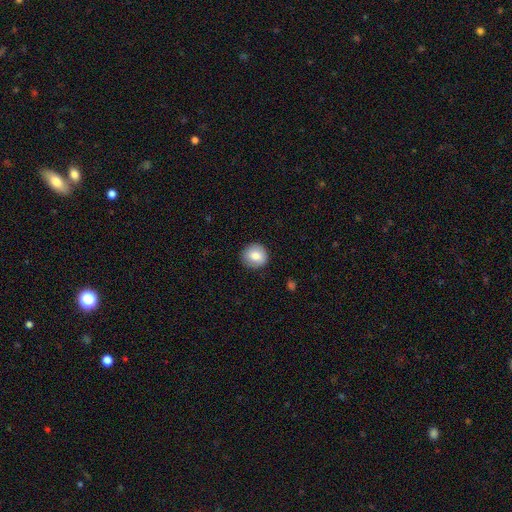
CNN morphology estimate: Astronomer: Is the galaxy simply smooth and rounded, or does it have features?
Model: smooth — 82%.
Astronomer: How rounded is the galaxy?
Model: round — 91%.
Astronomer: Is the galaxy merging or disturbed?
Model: none — 89%.